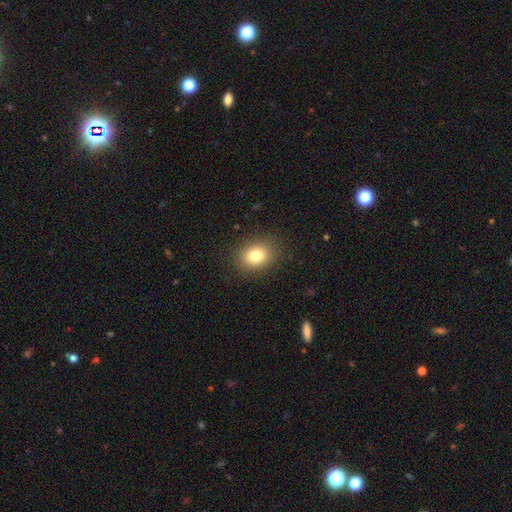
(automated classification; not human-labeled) Smooth or featured? smooth (80%)
How rounded? in between (57%)
Merging? none (87%)